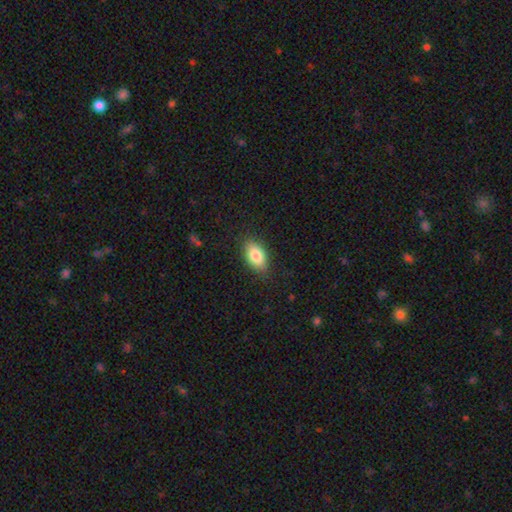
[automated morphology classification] A smooth galaxy with no disk features (82%) that is in between round and cigar-shaped (90%).

Vote fractions:
- Smooth or featured? smooth: 82% / featured or disk: 11% / star or artifact: 7%
- How rounded? in between: 90% / round: 6% / cigar-shaped: 4%
- Merging? none: 85% / minor disturbance: 11% / major disturbance: 3% / merger: 1%